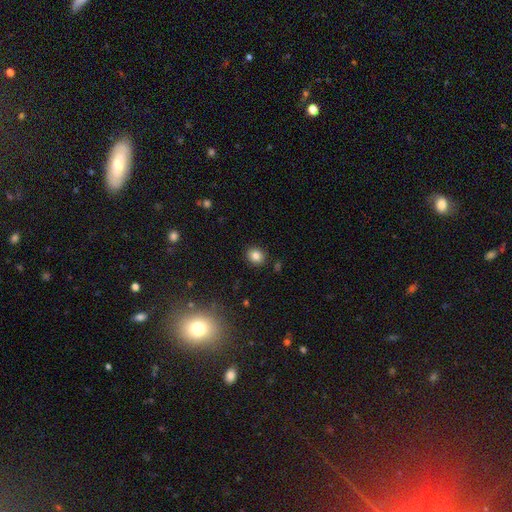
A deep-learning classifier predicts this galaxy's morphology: Q: Smooth or featured?
A: smooth (83%); runner-up: star or artifact (11%)
Q: How rounded?
A: round (74%); runner-up: in between (25%)
Q: Merging?
A: none (89%); runner-up: minor disturbance (7%)